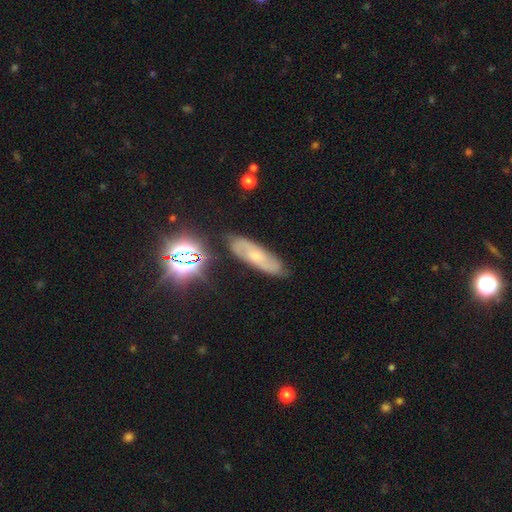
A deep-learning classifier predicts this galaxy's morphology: Q: Smooth or featured?
A: featured or disk (58%); runner-up: smooth (25%)
Q: Edge-on disk?
A: no (82%); runner-up: yes (18%)
Q: Merging?
A: none (79%); runner-up: minor disturbance (15%)